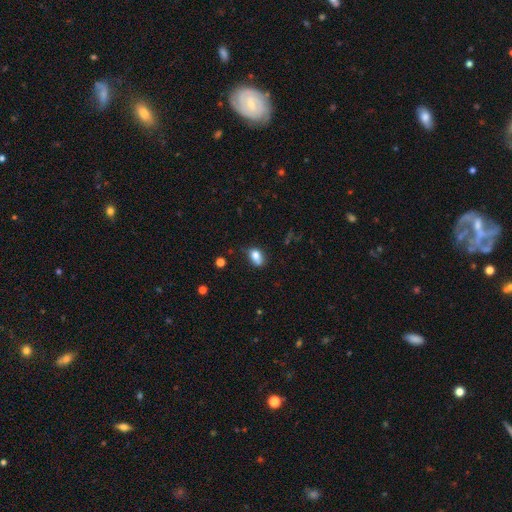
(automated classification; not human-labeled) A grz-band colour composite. It shows a smooth galaxy with no disk features (80%) that is in between round and cigar-shaped (82%). Merging: none (51%).